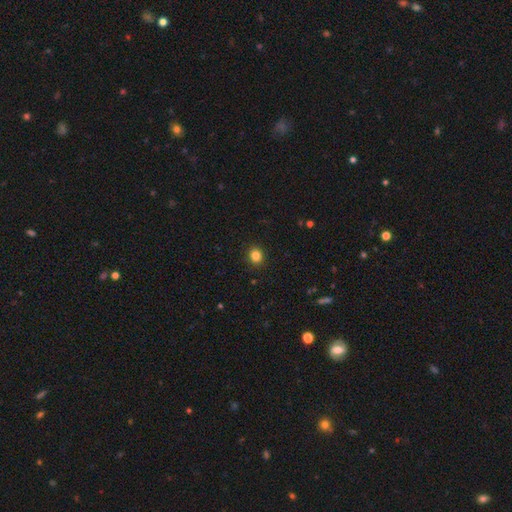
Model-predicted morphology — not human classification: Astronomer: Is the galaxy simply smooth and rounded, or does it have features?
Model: smooth — 83%.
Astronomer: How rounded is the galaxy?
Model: round — 78%.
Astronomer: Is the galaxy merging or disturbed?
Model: none — 91%.